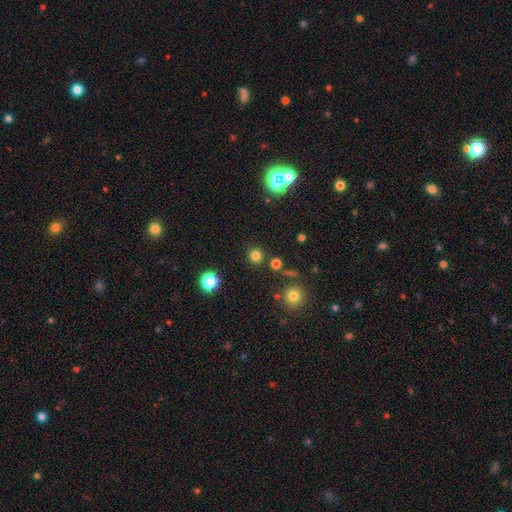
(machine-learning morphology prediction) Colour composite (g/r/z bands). It shows a smooth galaxy with no disk features (77%) that is round (93%). Merging: none (86%).